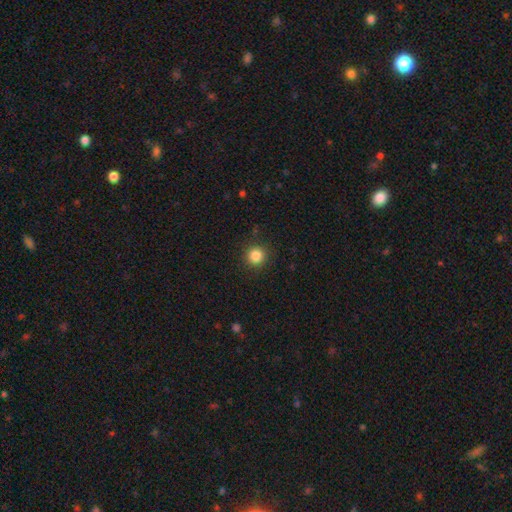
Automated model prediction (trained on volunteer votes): This appears to be a smooth galaxy with no disk features (85%) that is round (93%). Merging: none (89%).